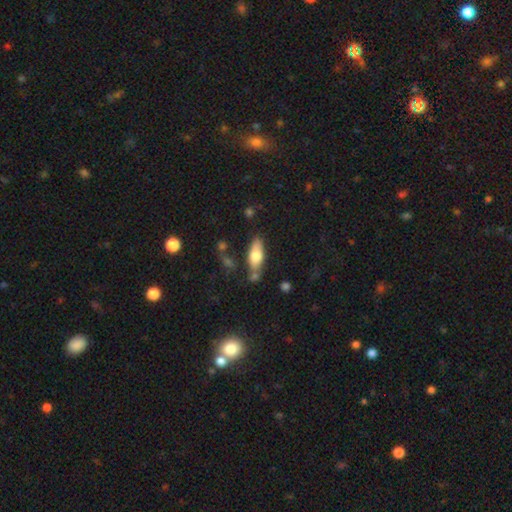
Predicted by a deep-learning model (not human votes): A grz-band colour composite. It shows a smooth galaxy with no disk features (71%) that is in between round and cigar-shaped (74%). Merging: none (64%).